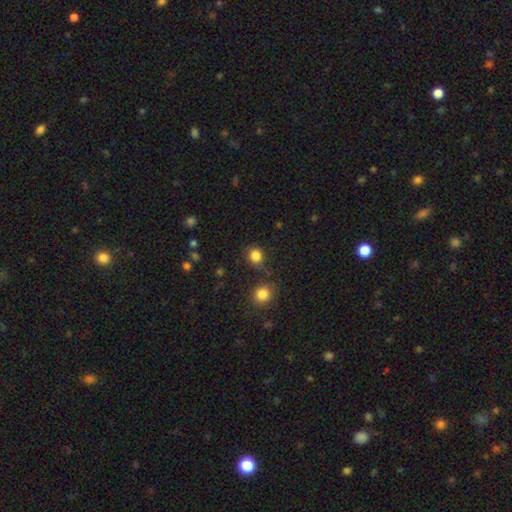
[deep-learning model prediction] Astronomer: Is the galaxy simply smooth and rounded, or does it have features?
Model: smooth — 84%.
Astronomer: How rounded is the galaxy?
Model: round — 81%.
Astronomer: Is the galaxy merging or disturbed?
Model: none — 76%.